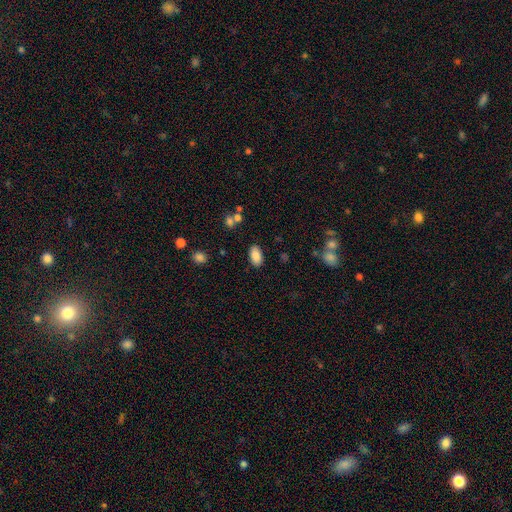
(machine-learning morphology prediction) A smooth galaxy with no disk features (87%) that is in between round and cigar-shaped (94%).

Vote fractions:
- Smooth or featured? smooth: 87% / star or artifact: 8% / featured or disk: 5%
- How rounded? in between: 94% / round: 4% / cigar-shaped: 2%
- Merging? none: 86% / minor disturbance: 9% / major disturbance: 3% / merger: 2%